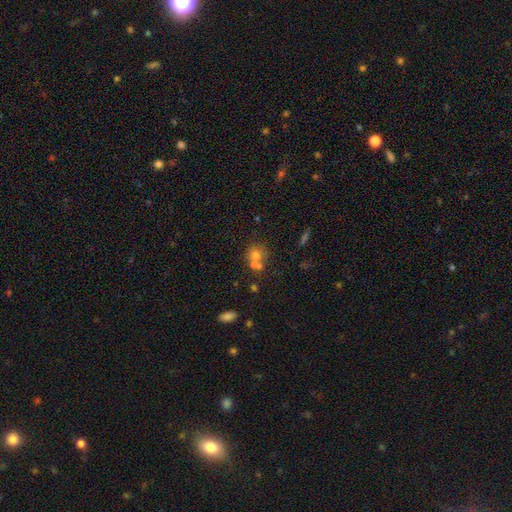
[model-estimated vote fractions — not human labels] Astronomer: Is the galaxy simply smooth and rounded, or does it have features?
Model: smooth — 60%.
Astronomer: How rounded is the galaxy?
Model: round — 81%.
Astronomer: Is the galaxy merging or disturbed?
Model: none — 46% (runner-up: merger, 43%).